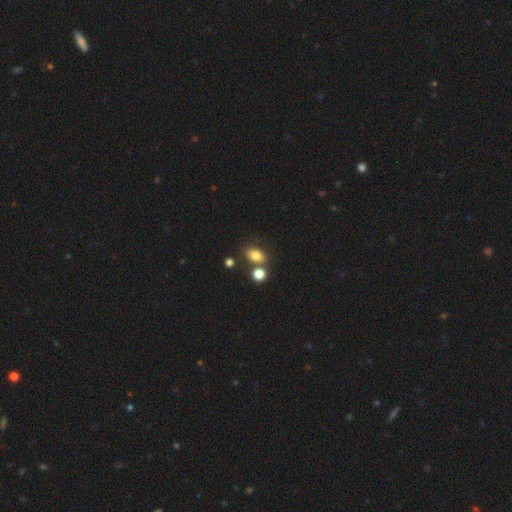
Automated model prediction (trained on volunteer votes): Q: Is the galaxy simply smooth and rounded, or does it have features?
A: smooth — 79%.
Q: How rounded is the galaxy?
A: in between — 71%.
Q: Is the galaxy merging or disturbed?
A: none — 63%.